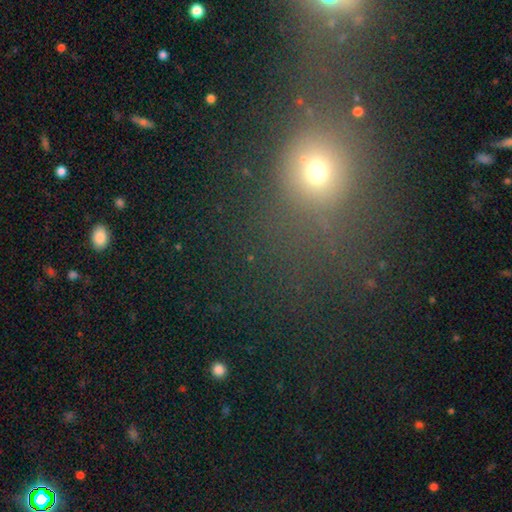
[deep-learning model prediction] Smooth or featured? smooth (46%)
Merging? none (60%)